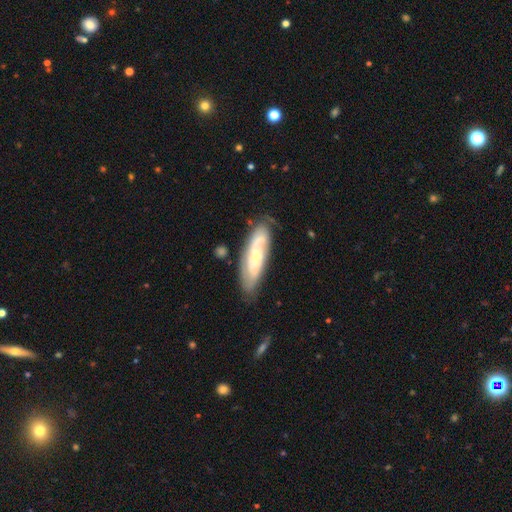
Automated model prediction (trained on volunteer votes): Overall: featured or disk (64%; smooth 30%). Edge-on disk: no (81%). Bar: no (63%; weak 29%). Spiral arms: yes (86%). Bulge size: small (53%; moderate 34%). Merging: none (71%).